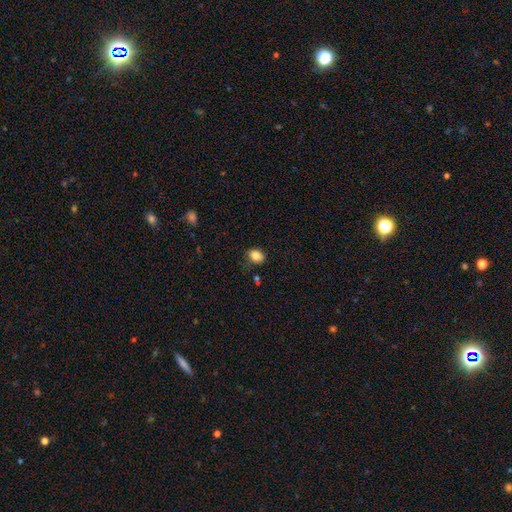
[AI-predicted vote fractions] Morphology: type=smooth (84%); roundness=in between (64%); merging=none (75%).